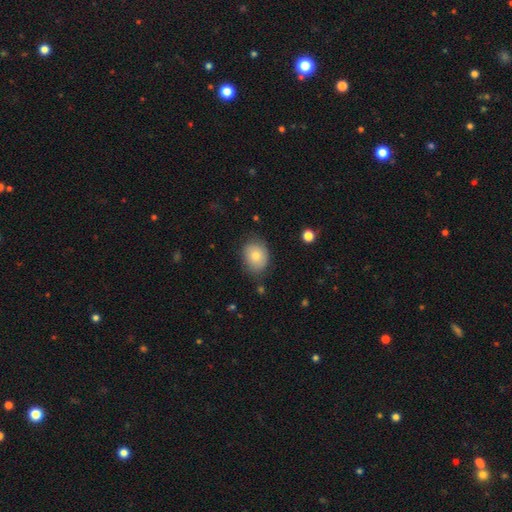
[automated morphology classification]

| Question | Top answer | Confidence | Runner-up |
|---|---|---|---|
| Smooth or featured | smooth | 76% | featured or disk (15%) |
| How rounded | in between | 51% | round (48%) |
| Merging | none | 73% | minor disturbance (21%) |